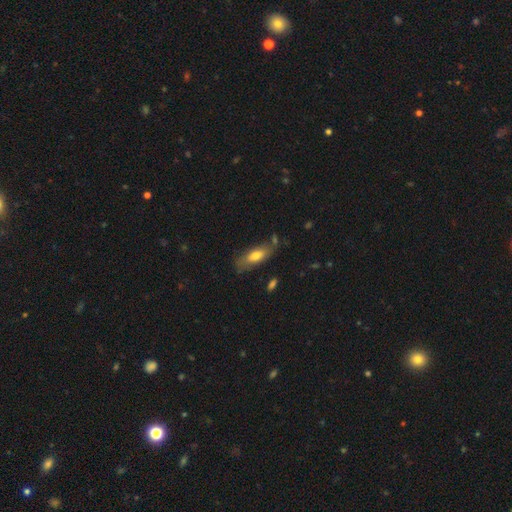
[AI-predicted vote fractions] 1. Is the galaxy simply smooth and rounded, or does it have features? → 66% smooth, 27% featured or disk, 7% star or artifact.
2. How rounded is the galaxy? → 66% in between, 31% cigar-shaped, 3% round.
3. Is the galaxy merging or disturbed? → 67% none, 21% minor disturbance, 6% major disturbance, 6% merger.